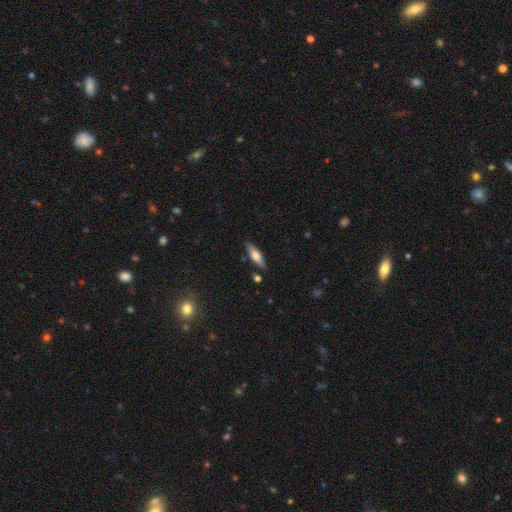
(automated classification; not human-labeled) This appears to be a smooth galaxy with no disk features (57%) that is cigar-shaped (55%). Merging: none (84%).